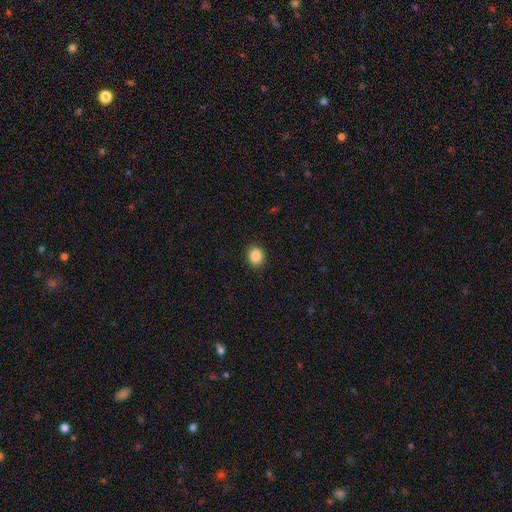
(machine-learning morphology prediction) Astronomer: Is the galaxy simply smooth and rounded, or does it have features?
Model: smooth — 88%.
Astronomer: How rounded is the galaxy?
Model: round — 64%.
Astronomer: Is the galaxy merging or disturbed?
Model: none — 90%.